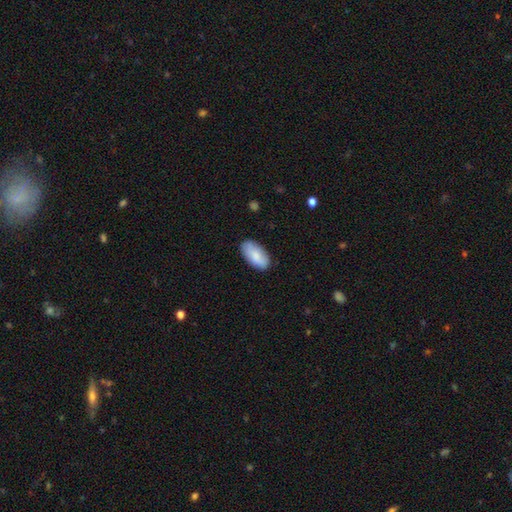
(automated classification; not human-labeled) Smooth or featured? Predicted: smooth (p=0.85). How rounded? Predicted: in between (p=0.94). Merging? Predicted: none (p=0.84).